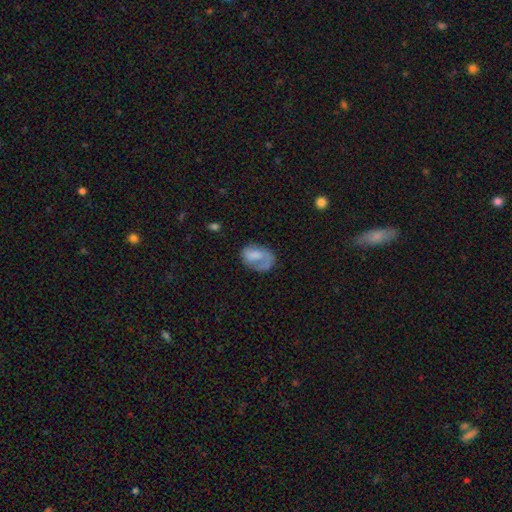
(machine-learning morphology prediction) Smooth or featured? smooth (58%)
How rounded? in between (79%)
Merging? none (44%)